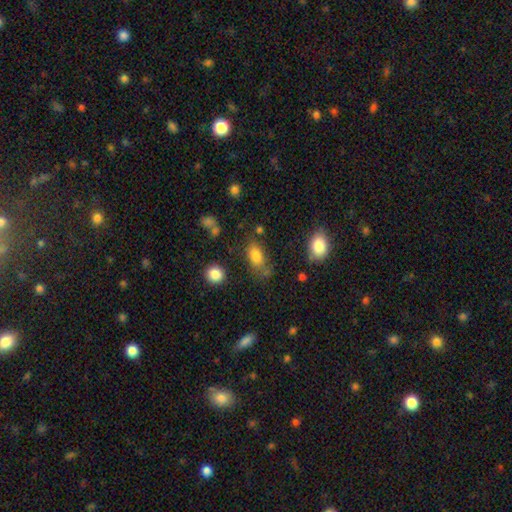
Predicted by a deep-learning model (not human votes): This appears to be a smooth galaxy with no disk features (81%) that is in between round and cigar-shaped (86%). Merging: none (61%).